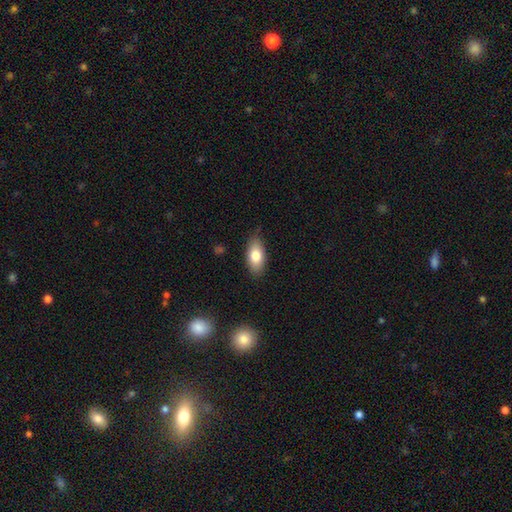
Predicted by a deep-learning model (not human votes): The model was most divided on "smooth or featured": smooth: 78%, featured or disk: 15%, star or artifact: 7%. More confident: how rounded — in between (89%); merging — none (83%).